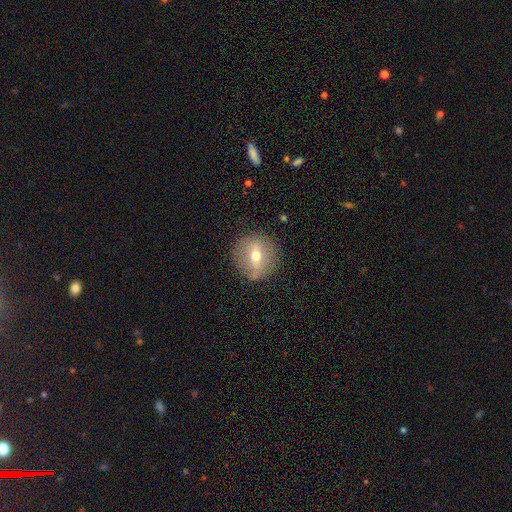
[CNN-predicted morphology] This appears to be a smooth galaxy with no disk features (46%). Merging: none (85%).